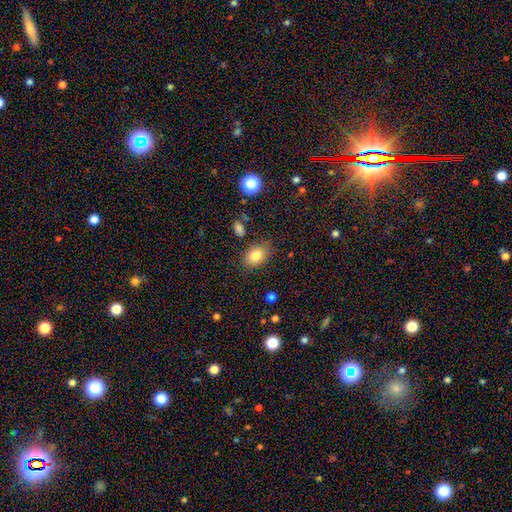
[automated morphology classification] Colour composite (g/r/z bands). It shows a smooth galaxy with no disk features (82%) that is in between round and cigar-shaped (77%). Merging: none (80%).